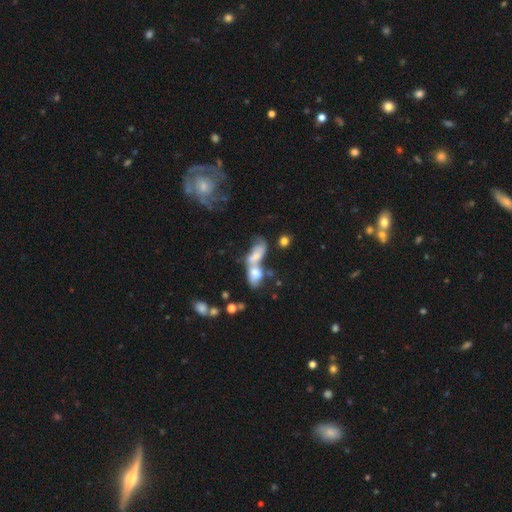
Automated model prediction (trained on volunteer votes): smooth 58%, featured or disk 31%, star or artifact 12%. Down the decision tree: how rounded — in between (78%); merging — merger (75%).